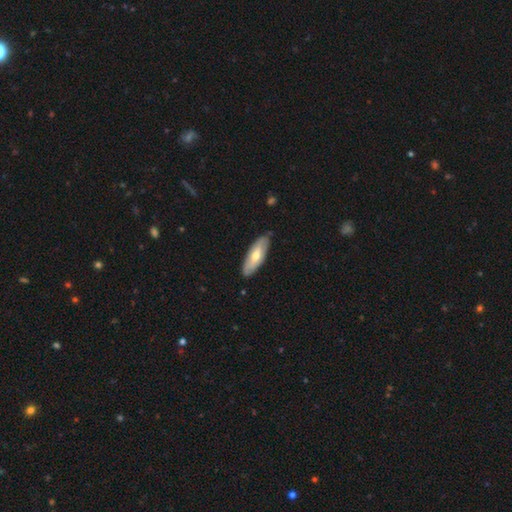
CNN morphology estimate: Q: Smooth or featured?
A: smooth (51%); runner-up: featured or disk (44%)
Q: How rounded?
A: in between (66%); runner-up: cigar-shaped (32%)
Q: Merging?
A: none (84%); runner-up: minor disturbance (12%)